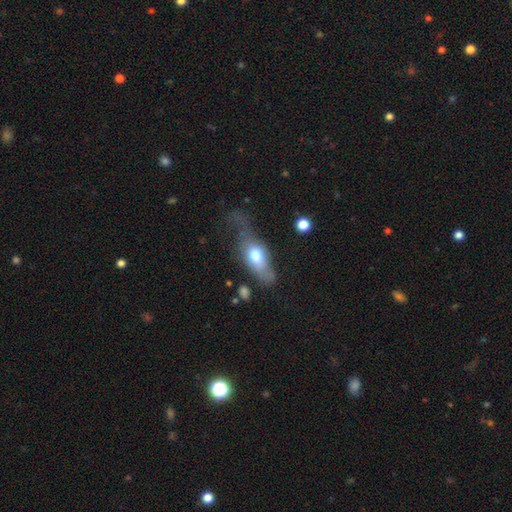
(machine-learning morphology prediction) The model was most divided on "merging": major disturbance: 47%, minor disturbance: 26%, none: 22%, merger: 5%. More confident: how rounded — in between (80%); smooth or featured — smooth (62%).